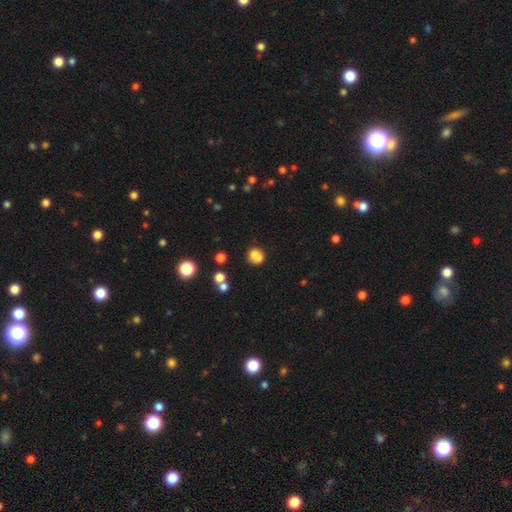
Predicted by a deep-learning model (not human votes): A smooth galaxy with no disk features (73%) that is round (81%).

Vote fractions:
- Smooth or featured? smooth: 73% / featured or disk: 15% / star or artifact: 12%
- How rounded? round: 81% / in between: 18% / cigar-shaped: 1%
- Merging? none: 48% / merger: 33% / minor disturbance: 13% / major disturbance: 7%